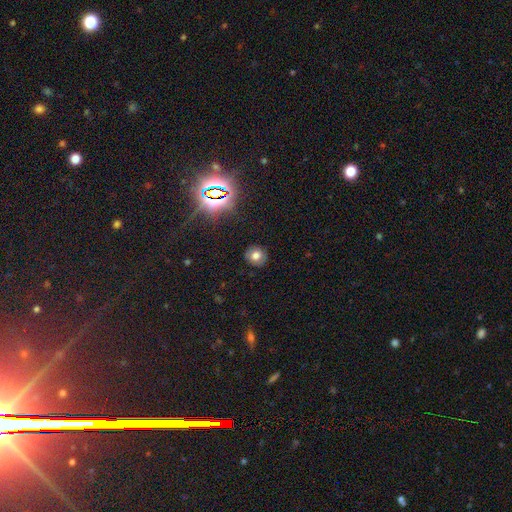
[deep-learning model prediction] Smooth or featured: smooth — 70% (star or artifact — 17%)
How rounded: round — 84% (in between — 15%)
Merging: none — 87% (minor disturbance — 9%)